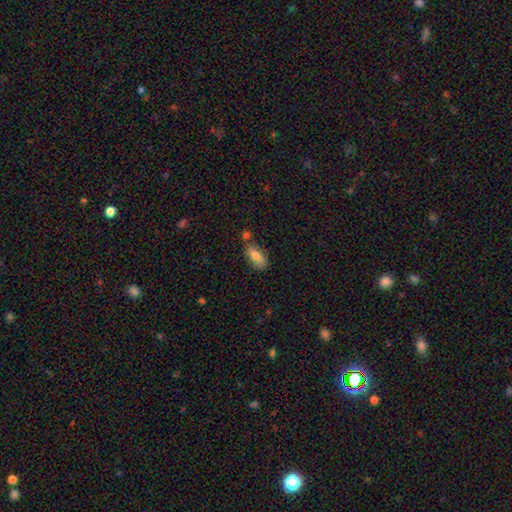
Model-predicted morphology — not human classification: The model was most divided on "merging": none: 65%, minor disturbance: 18%, merger: 12%, major disturbance: 4%. More confident: how rounded — in between (77%); smooth or featured — smooth (77%).